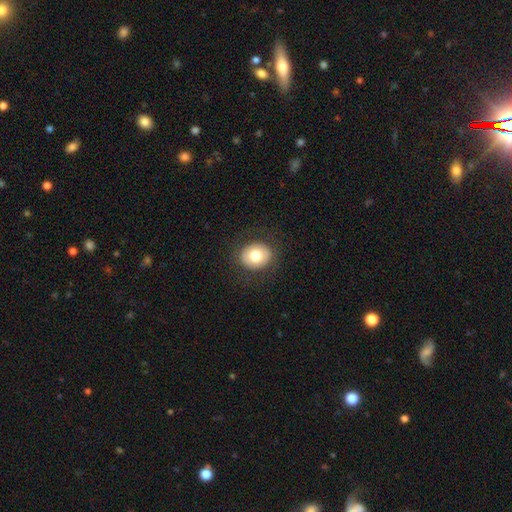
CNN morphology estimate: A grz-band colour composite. It shows a smooth galaxy with no disk features (77%) that is round (66%). Merging: none (87%).